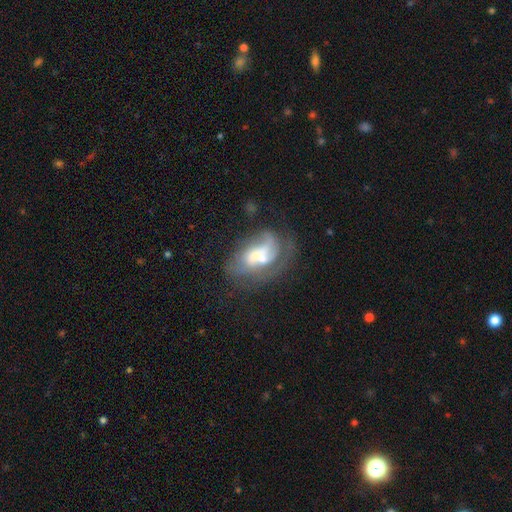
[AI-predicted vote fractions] The model was most divided on "bulge size": moderate: 40%, small: 38%, none: 11%, large: 9%, dominant: 2%. Remaining: edge-on disk — no (95%); smooth or featured — featured or disk (66%); bar — no (63%); spiral arms — yes (61%); merging — merger (31%).